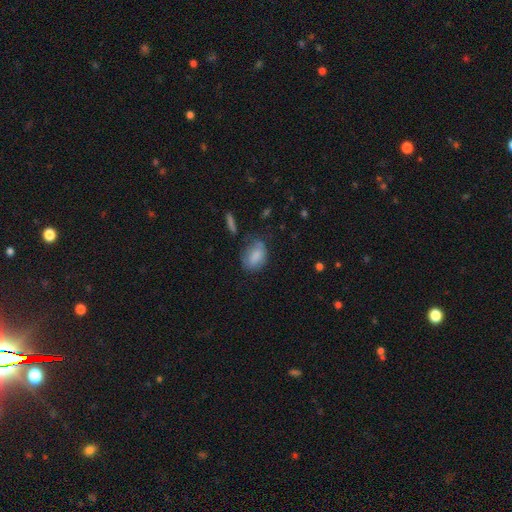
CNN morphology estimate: A smooth galaxy with no disk features (81%) that is in between round and cigar-shaped (81%).

Vote fractions:
- Smooth or featured? smooth: 81% / featured or disk: 11% / star or artifact: 8%
- How rounded? in between: 81% / round: 17% / cigar-shaped: 2%
- Merging? none: 56% / minor disturbance: 29% / major disturbance: 12% / merger: 3%